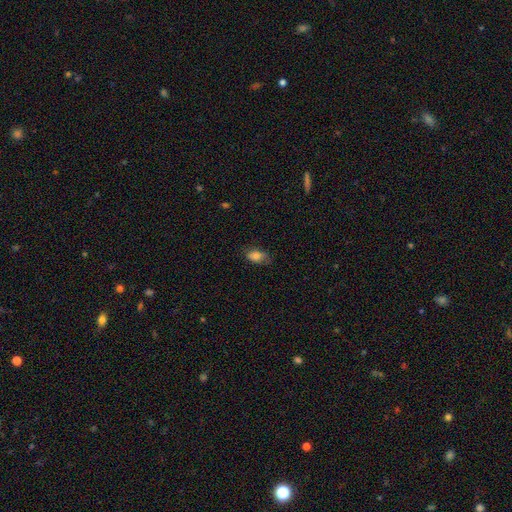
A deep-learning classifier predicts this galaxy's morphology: Overall: smooth (80%). How rounded: in between (88%). Merging: none (67%).